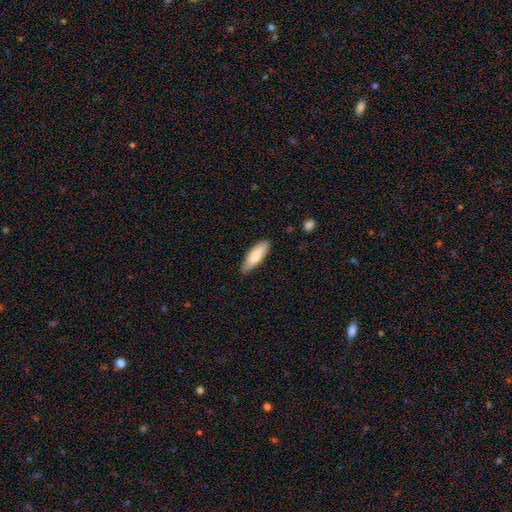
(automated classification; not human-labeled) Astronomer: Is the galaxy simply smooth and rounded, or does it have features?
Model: smooth — 81%.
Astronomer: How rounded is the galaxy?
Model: in between — 58% (runner-up: cigar-shaped, 41%).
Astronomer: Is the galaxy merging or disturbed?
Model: none — 85%.